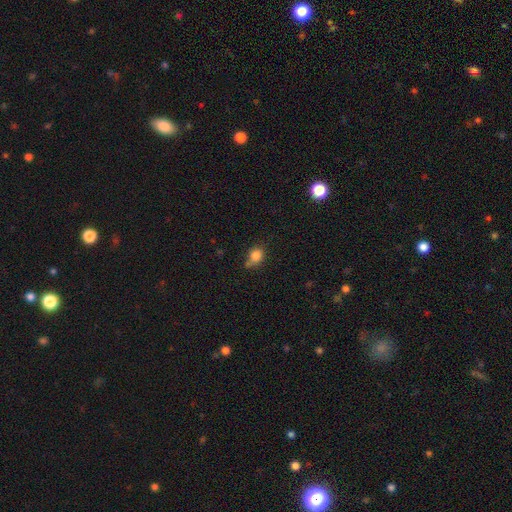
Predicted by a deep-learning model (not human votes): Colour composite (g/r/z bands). It shows a smooth galaxy with no disk features (84%) that is round (59%). Merging: none (55%).